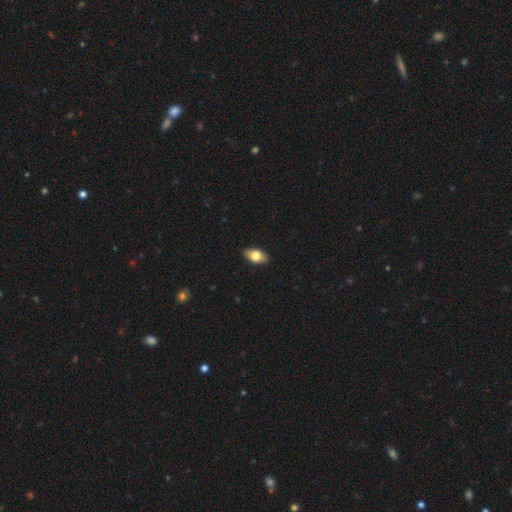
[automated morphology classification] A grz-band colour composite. It shows a smooth galaxy with no disk features (75%) that is in between round and cigar-shaped (90%). Merging: none (88%).